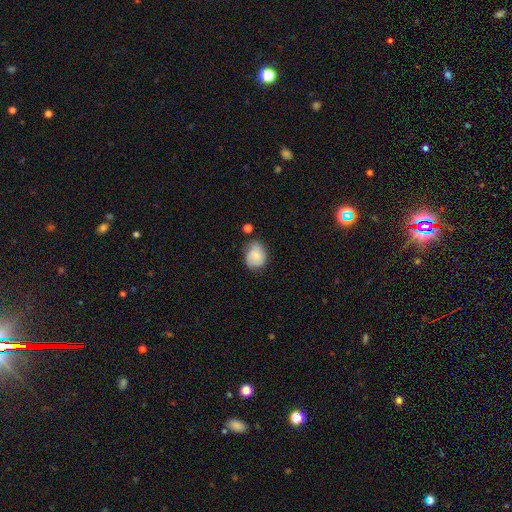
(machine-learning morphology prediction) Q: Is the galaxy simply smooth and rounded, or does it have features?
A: smooth — 75%.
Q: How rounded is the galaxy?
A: round — 61%.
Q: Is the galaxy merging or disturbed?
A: none — 61%.